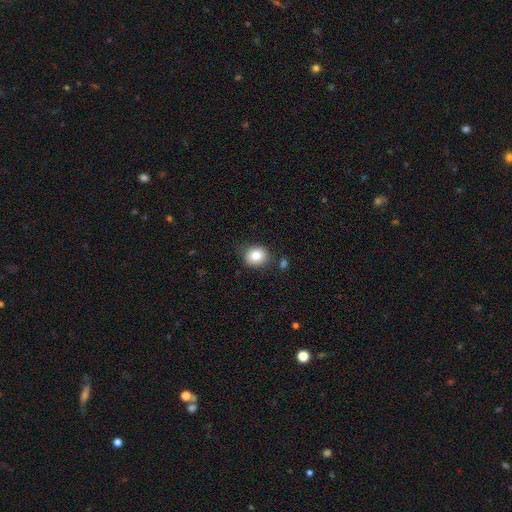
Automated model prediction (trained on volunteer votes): smooth 83%, star or artifact 10%, featured or disk 7%. Down the decision tree: how rounded — round (68%); merging — none (81%).